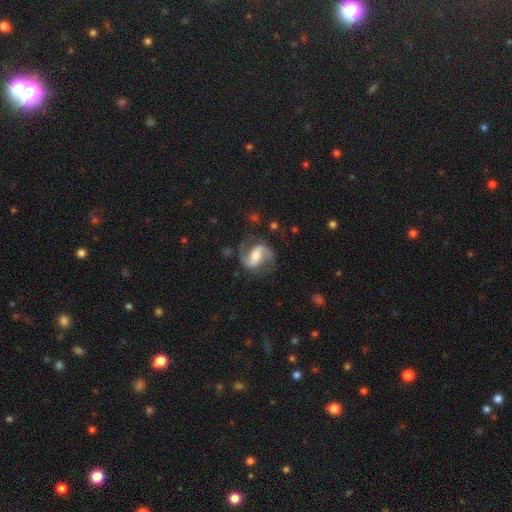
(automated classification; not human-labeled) Smooth or featured: featured or disk — 88% (smooth — 7%)
Edge-on disk: no — 98% (yes — 2%)
Bar: weak — 41% (strong — 33%)
Spiral arms: yes — 97% (no — 3%)
Spiral winding: medium — 55% (loose — 31%)
Spiral arm count: 2 — 93% (1 — 2%)
Bulge size: moderate — 54% (small — 27%)
Merging: none — 75% (minor disturbance — 15%)